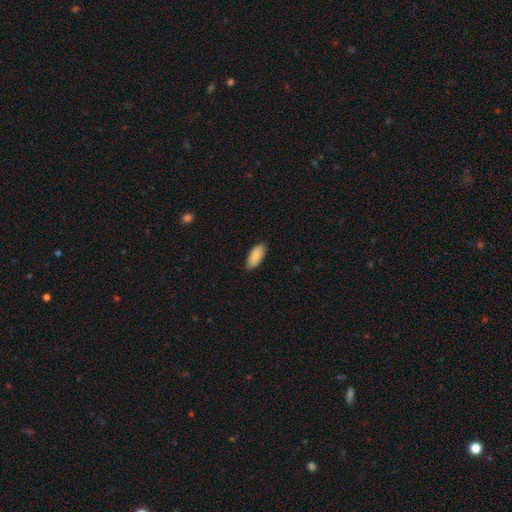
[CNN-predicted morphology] smooth 87%, featured or disk 8%, star or artifact 6%. Down the decision tree: how rounded — in between (89%); merging — none (86%).